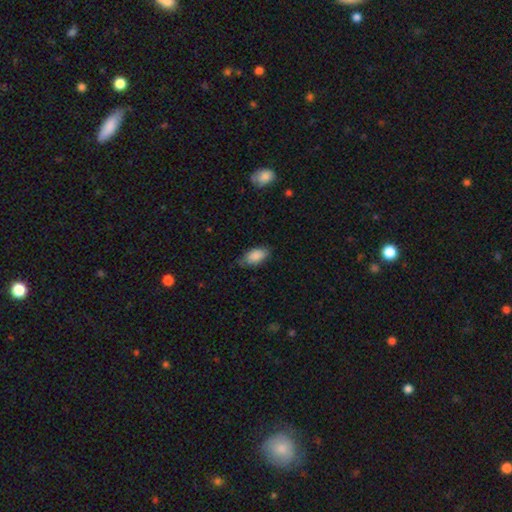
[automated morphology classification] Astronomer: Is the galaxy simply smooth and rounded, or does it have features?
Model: smooth — 87%.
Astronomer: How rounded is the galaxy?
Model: in between — 92%.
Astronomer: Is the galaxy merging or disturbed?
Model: none — 70%.